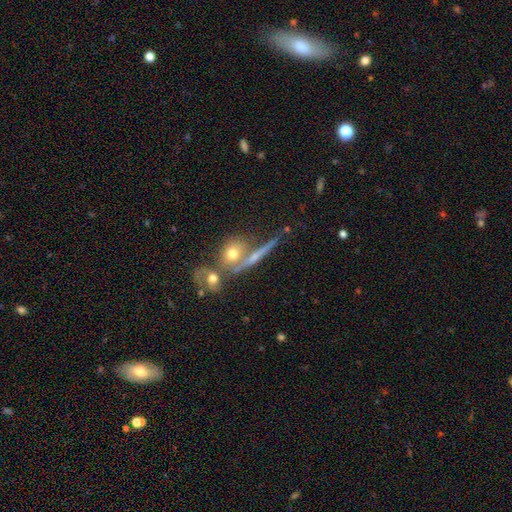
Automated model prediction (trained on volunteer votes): featured or disk 46%, smooth 41%, star or artifact 13%. Down the decision tree: merging — none (48%).